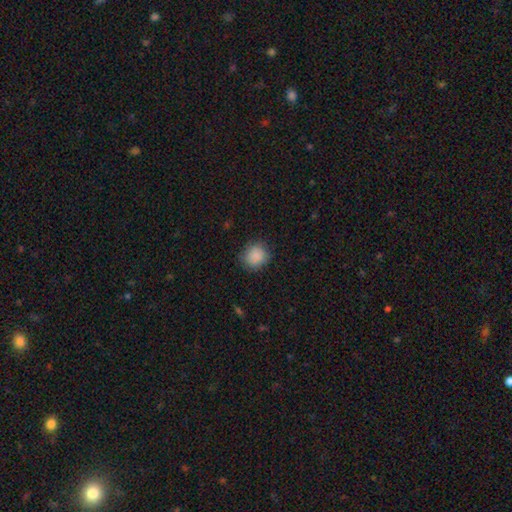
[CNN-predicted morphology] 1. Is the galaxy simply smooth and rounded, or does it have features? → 88% smooth, 8% star or artifact, 4% featured or disk.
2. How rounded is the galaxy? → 81% round, 18% in between, 1% cigar-shaped.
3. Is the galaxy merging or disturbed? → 83% none, 12% minor disturbance, 3% major disturbance, 1% merger.